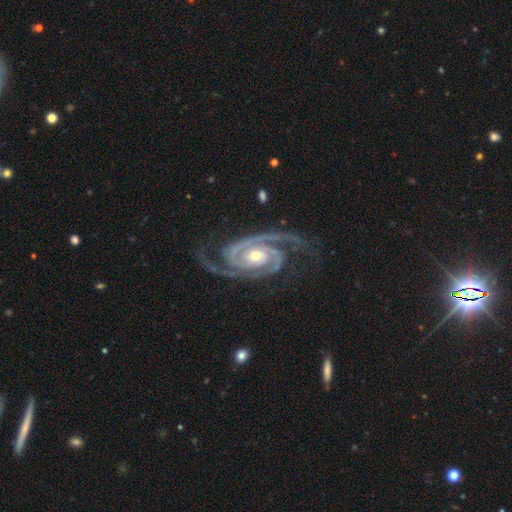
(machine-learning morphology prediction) Q: Smooth or featured?
A: featured or disk (94%); runner-up: star or artifact (4%)
Q: Edge-on disk?
A: no (97%); runner-up: yes (3%)
Q: Bar?
A: no (59%); runner-up: weak (25%)
Q: Spiral arms?
A: yes (99%); runner-up: no (1%)
Q: Spiral winding?
A: tight (62%); runner-up: medium (34%)
Q: Spiral arm count?
A: 2 (83%); runner-up: 3 (10%)
Q: Bulge size?
A: moderate (59%); runner-up: small (36%)
Q: Merging?
A: none (77%); runner-up: minor disturbance (15%)